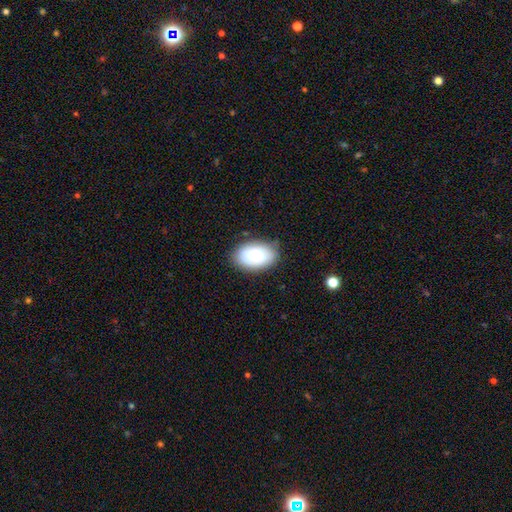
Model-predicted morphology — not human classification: smooth-or-featured: smooth: 62% | featured or disk: 31% | star or artifact: 7%
  how-rounded: in between: 88% | round: 11% | cigar-shaped: 1%
  merging: none: 80% | minor disturbance: 15% | major disturbance: 4% | merger: 1%